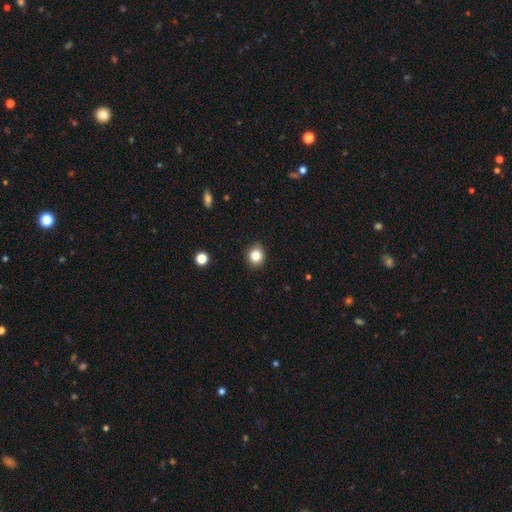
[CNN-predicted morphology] Overall: smooth (84%). How rounded: round (72%). Merging: none (87%).